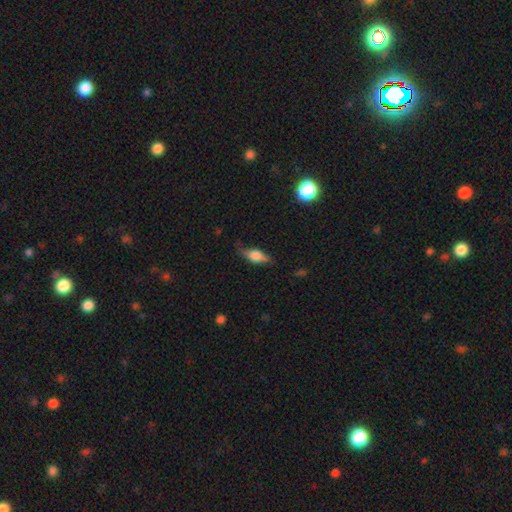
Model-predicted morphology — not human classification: Smooth or featured: smooth — 52% (featured or disk — 40%)
How rounded: in between — 69% (cigar-shaped — 24%)
Merging: none — 70% (minor disturbance — 23%)